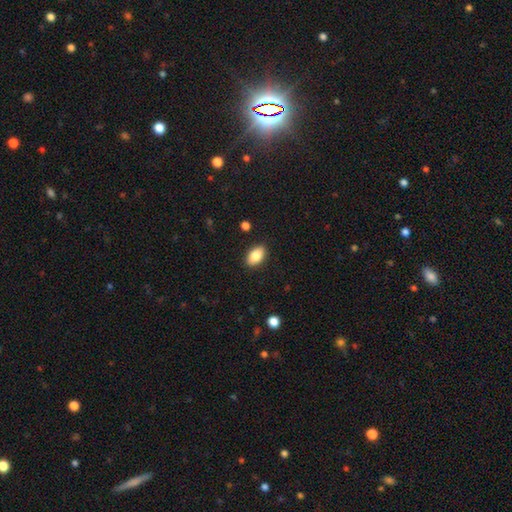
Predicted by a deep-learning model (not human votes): Q: Smooth or featured?
A: smooth (85%); runner-up: star or artifact (7%)
Q: How rounded?
A: in between (91%); runner-up: round (7%)
Q: Merging?
A: none (89%); runner-up: minor disturbance (8%)